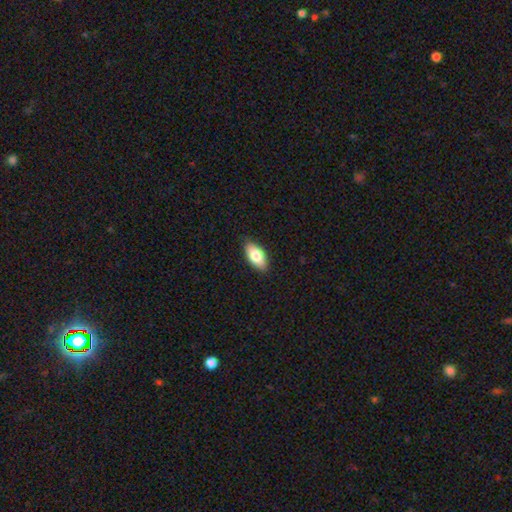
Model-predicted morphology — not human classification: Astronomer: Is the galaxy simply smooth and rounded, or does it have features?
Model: smooth — 80%.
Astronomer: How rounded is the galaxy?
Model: in between — 91%.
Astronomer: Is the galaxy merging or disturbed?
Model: none — 87%.